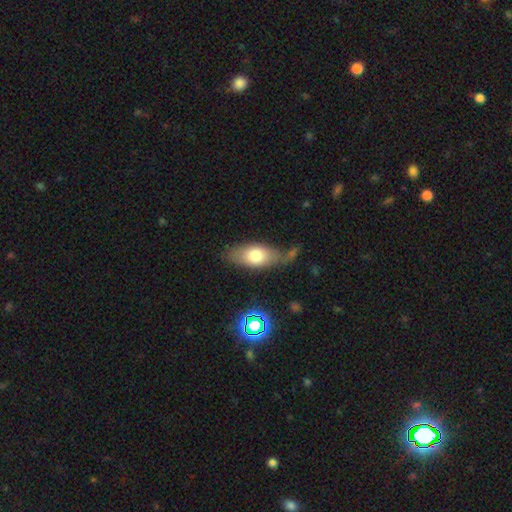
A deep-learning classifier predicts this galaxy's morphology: The model was most divided on "merging": none: 56%, minor disturbance: 24%, major disturbance: 12%, merger: 9%. More confident: how rounded — in between (86%); smooth or featured — smooth (71%).